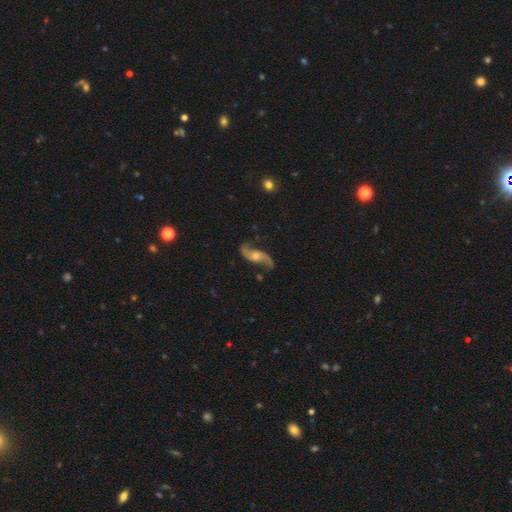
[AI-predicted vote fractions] Overall: featured or disk (87%). Edge-on disk: no (94%). Bar: no (61%; weak 30%). Spiral arms: yes (96%). Spiral arm count: 2 (94%). Spiral winding: loose (79%). Bulge size: moderate (53%; small 33%). Merging: none (77%).